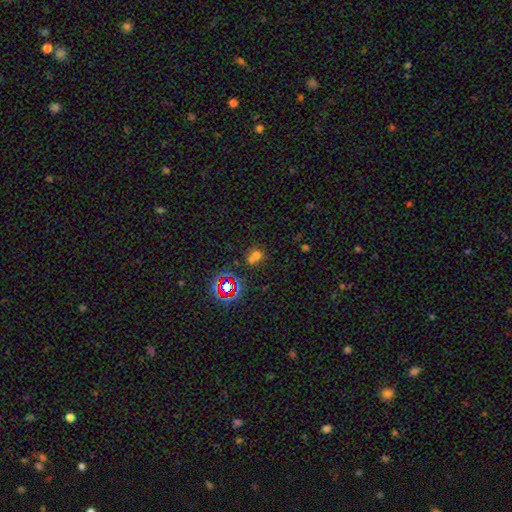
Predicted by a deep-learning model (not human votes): The model was most divided on "merging": merger: 43%, none: 42%, minor disturbance: 9%, major disturbance: 5%. More confident: how rounded — round (72%); smooth or featured — smooth (59%).